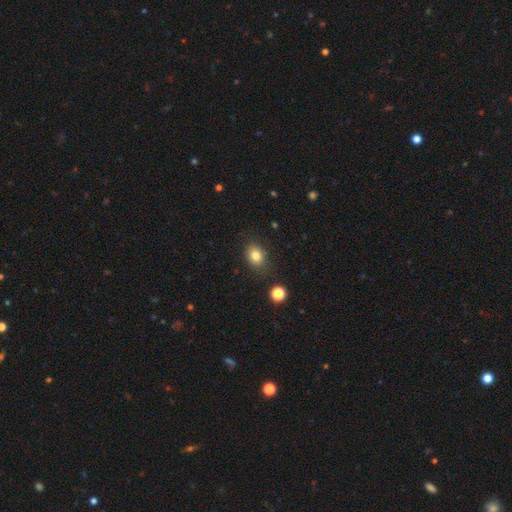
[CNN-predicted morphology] Smooth or featured? Predicted: smooth (p=0.81). How rounded? Predicted: in between (p=0.56). Merging? Predicted: none (p=0.82).